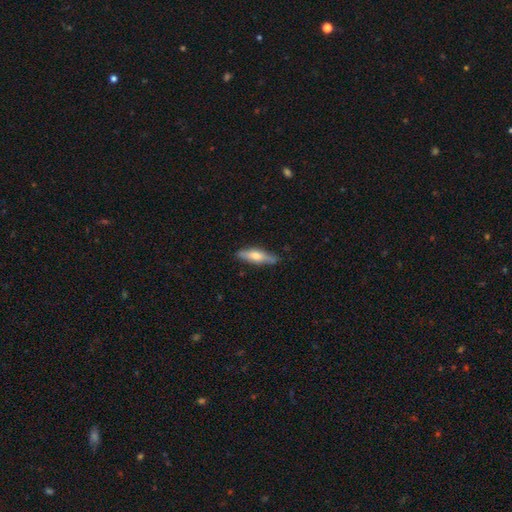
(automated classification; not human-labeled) This is possibly a smooth galaxy (53%). How rounded: likely cigar-shaped (69%). Merging: clearly none (85%).